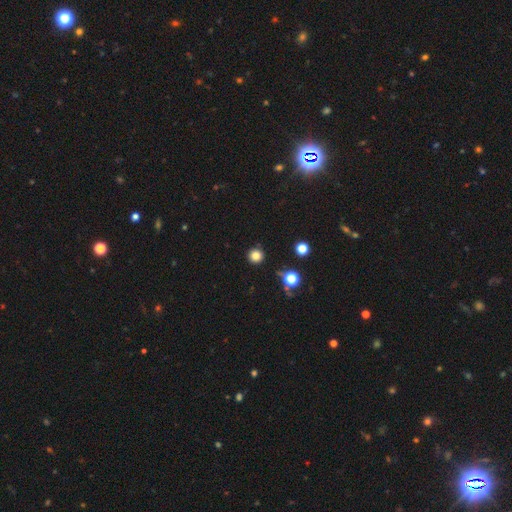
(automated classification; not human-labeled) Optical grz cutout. It shows a smooth galaxy with no disk features (82%) that is round (96%). Merging: none (89%).